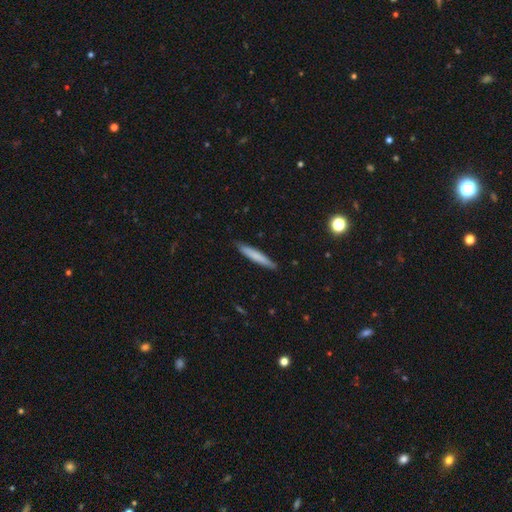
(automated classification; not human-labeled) A smooth galaxy with no disk features (73%) that is cigar-shaped (94%). Merging: none (89%).